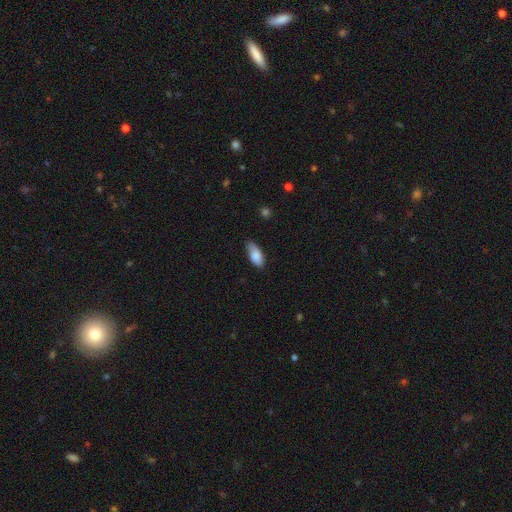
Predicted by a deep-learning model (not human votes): A smooth galaxy with no disk features (86%) that is in between round and cigar-shaped (86%).

Vote fractions:
- Smooth or featured? smooth: 86% / featured or disk: 8% / star or artifact: 6%
- How rounded? in between: 86% / cigar-shaped: 11% / round: 2%
- Merging? none: 70% / minor disturbance: 25% / major disturbance: 4% / merger: 1%